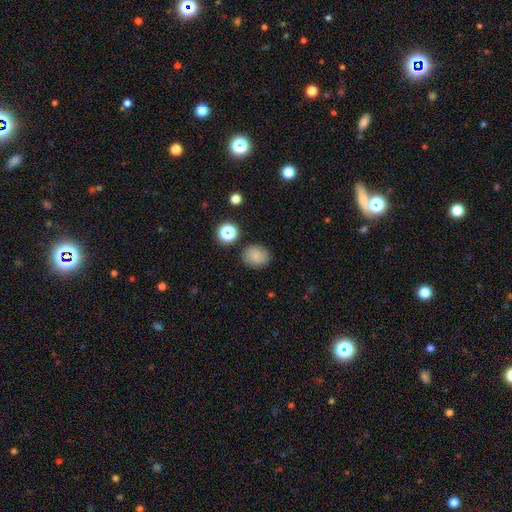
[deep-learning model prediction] smooth 81%, star or artifact 13%, featured or disk 6%. Down the decision tree: how rounded — round (63%); merging — none (84%).